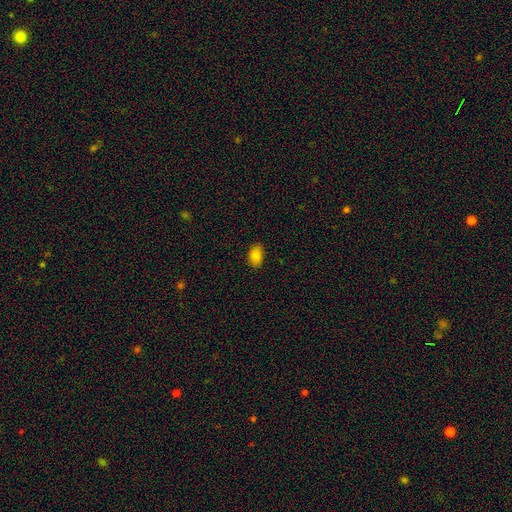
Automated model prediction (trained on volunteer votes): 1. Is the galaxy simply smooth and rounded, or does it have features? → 84% smooth, 10% star or artifact, 6% featured or disk.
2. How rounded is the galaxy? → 88% in between, 10% round, 1% cigar-shaped.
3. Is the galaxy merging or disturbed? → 87% none, 10% minor disturbance, 2% major disturbance, 1% merger.